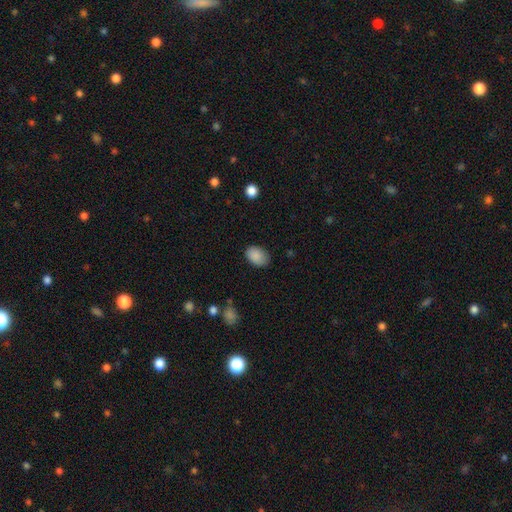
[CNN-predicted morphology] Smooth or featured: smooth — 88% (star or artifact — 8%)
How rounded: in between — 82% (round — 17%)
Merging: none — 80% (minor disturbance — 16%)